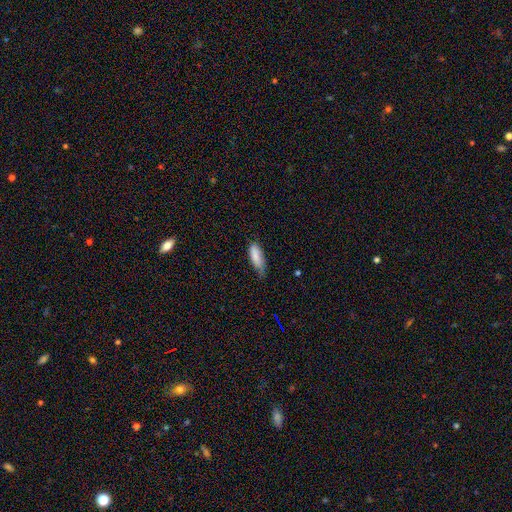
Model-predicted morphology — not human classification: type=smooth (84%); roundness=in between (64%); merging=minor disturbance (46%).